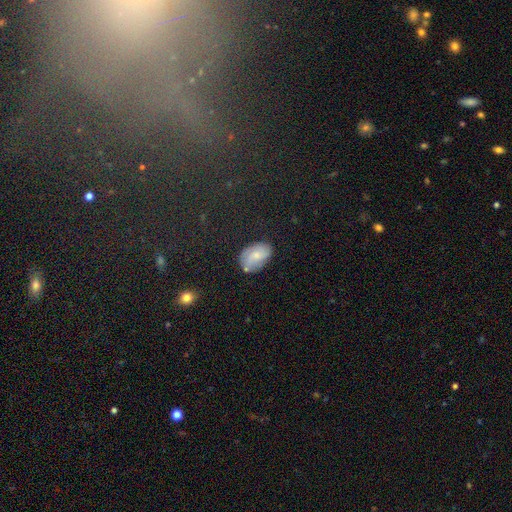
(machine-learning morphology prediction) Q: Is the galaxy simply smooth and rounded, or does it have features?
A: smooth — 64%.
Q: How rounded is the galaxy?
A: in between — 88%.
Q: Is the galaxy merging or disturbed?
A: none — 67%.